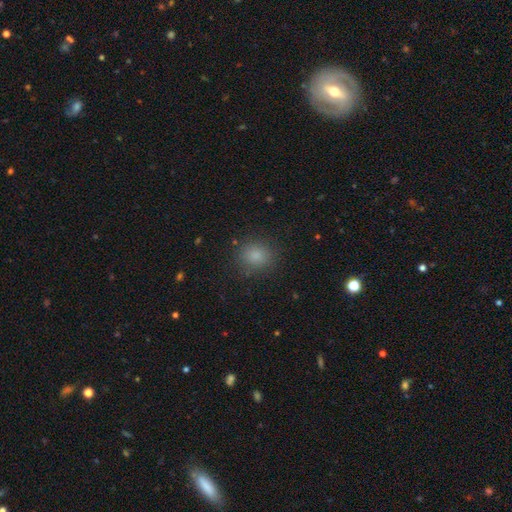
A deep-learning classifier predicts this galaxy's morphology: smooth 82%, star or artifact 13%, featured or disk 5%. Down the decision tree: how rounded — round (75%); merging — none (85%).